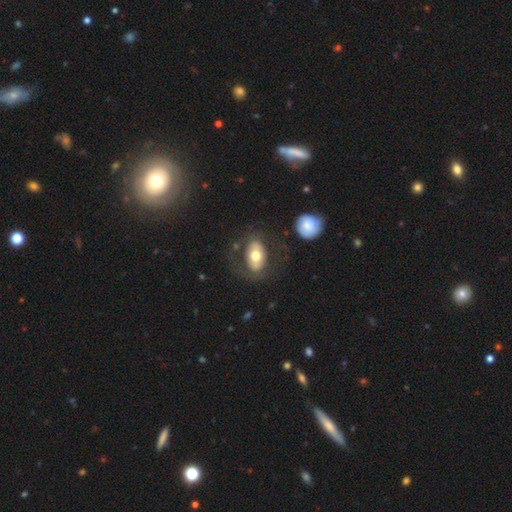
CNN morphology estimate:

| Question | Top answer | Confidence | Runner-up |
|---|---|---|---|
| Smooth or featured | smooth | 53% | featured or disk (41%) |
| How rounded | in between | 87% | round (11%) |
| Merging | none | 63% | major disturbance (17%) |